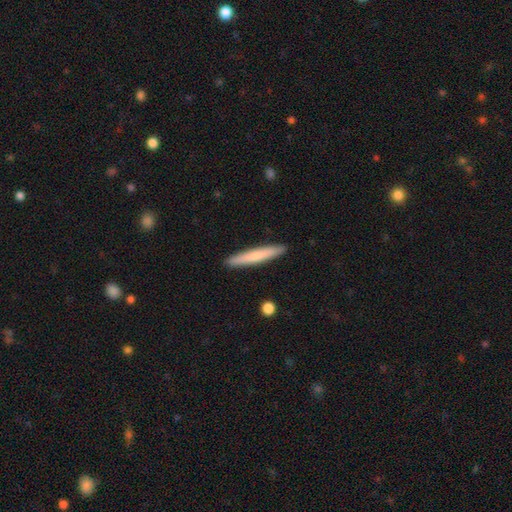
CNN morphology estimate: smooth 68%, featured or disk 27%, star or artifact 5%. Down the decision tree: how rounded — cigar-shaped (95%); merging — none (92%).